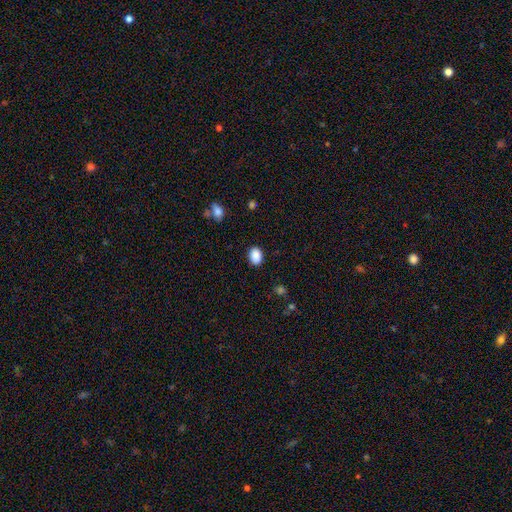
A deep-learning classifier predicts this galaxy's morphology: The model was most divided on "how rounded": in between: 76%, round: 23%, cigar-shaped: 1%. More confident: smooth or featured — smooth (89%); merging — none (88%).